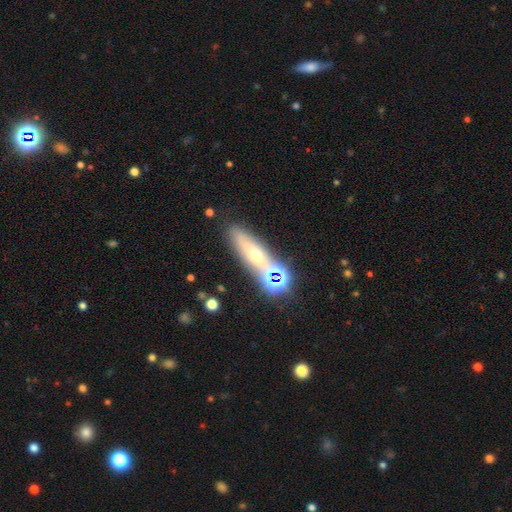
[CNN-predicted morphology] Smooth or featured? smooth (43%)
Merging? none (73%)